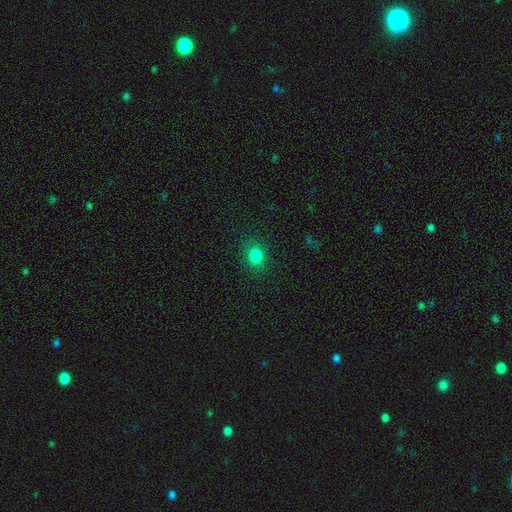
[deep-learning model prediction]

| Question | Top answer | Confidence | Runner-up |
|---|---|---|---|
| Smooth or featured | smooth | 83% | star or artifact (13%) |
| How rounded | round | 53% | in between (46%) |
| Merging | none | 85% | minor disturbance (10%) |